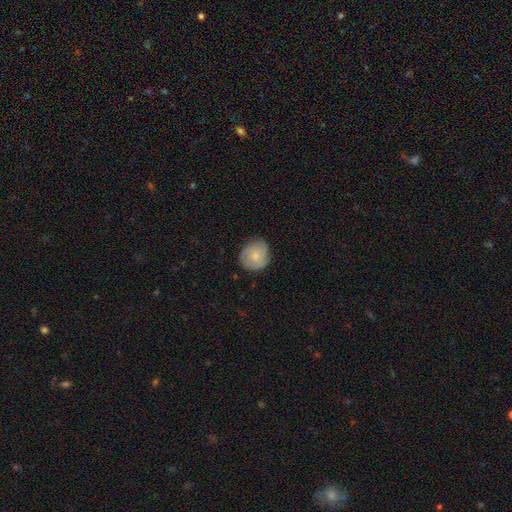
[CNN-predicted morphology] Overall: smooth (66%; featured or disk 27%). How rounded: round (80%). Merging: none (77%).